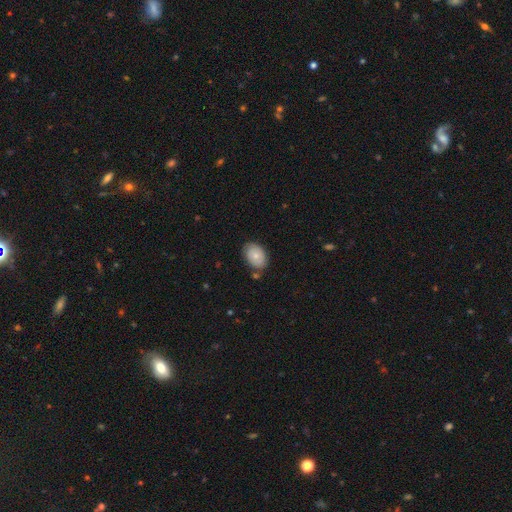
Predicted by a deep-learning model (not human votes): Morphology: type=smooth (66%); roundness=in between (81%); merging=none (74%).